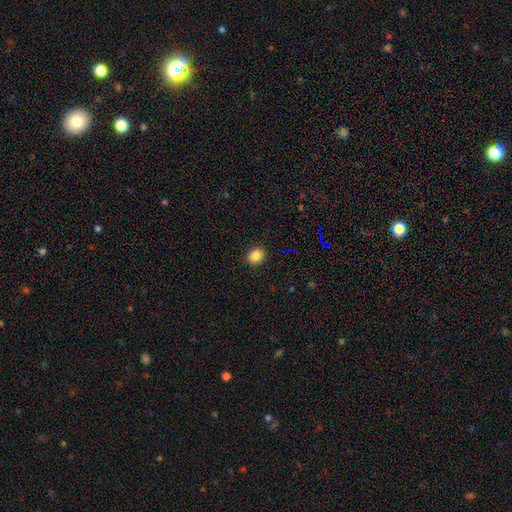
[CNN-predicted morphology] The model was most divided on "how rounded": round: 54%, in between: 46%, cigar-shaped: 1%. More confident: merging — none (91%); smooth or featured — smooth (84%).